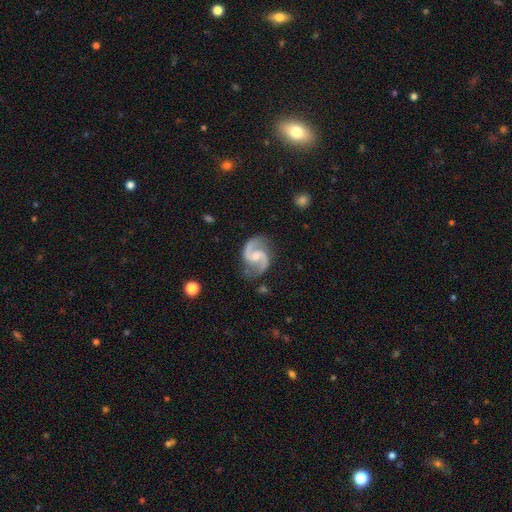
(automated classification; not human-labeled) Smooth or featured: featured or disk — 93% (star or artifact — 4%)
Edge-on disk: no — 98% (yes — 2%)
Bar: no — 46% (weak — 43%)
Spiral arms: yes — 98% (no — 2%)
Spiral winding: medium — 61% (loose — 27%)
Spiral arm count: 2 — 95% (can't tell — 1%)
Bulge size: small — 48% (moderate — 44%)
Merging: none — 81% (minor disturbance — 14%)